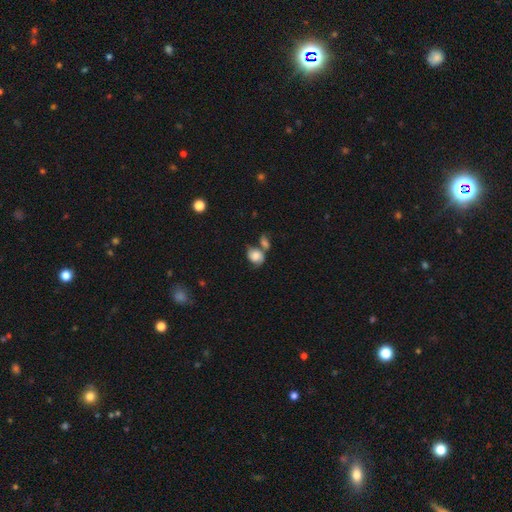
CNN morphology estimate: The model was most divided on "how rounded": in between: 53%, round: 46%, cigar-shaped: 1%. Remaining: smooth or featured — smooth (63%); merging — merger (38%).